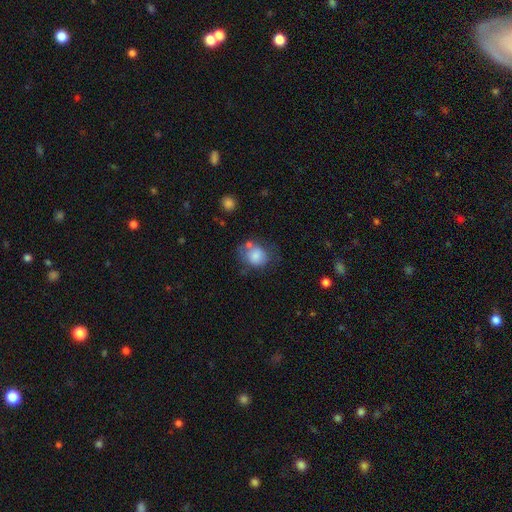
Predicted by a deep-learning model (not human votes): smooth 79%, featured or disk 13%, star or artifact 8%. Down the decision tree: how rounded — round (63%); merging — none (52%).